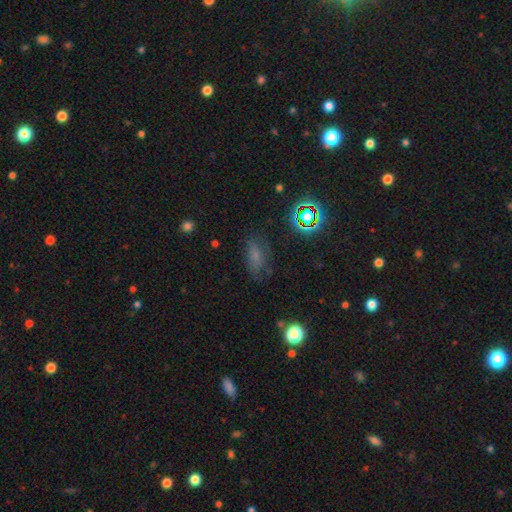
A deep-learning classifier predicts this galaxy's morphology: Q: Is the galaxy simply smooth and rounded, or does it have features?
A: smooth — 58%.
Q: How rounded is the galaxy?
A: in between — 78%.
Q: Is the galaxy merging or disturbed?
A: none — 62%.